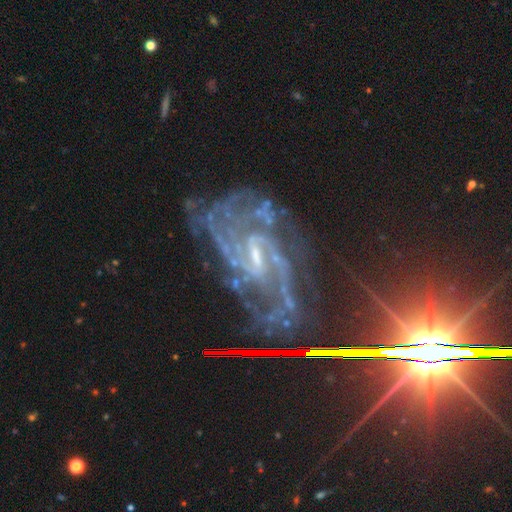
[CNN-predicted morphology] Smooth or featured?
  - featured or disk: 80% *
  - star or artifact: 15%
  - smooth: 4%
Edge-on disk?
  - no: 96% *
  - yes: 4%
Bar?
  - weak: 48% *
  - strong: 31%
  - no: 21%
Spiral arms?
  - yes: 96% *
  - no: 4%
Spiral winding?
  - medium: 45% *
  - tight: 39%
  - loose: 17%
Spiral arm count?
  - 2: 28% *
  - can't tell: 27%
  - 3: 16%
  - 4: 11%
  - more than 4: 9%
  - 1: 8%
Bulge size?
  - small: 65% *
  - moderate: 18%
  - none: 15%
  - large: 2%
  - dominant: 1%
Merging?
  - none: 62% *
  - minor disturbance: 18%
  - major disturbance: 17%
  - merger: 3%